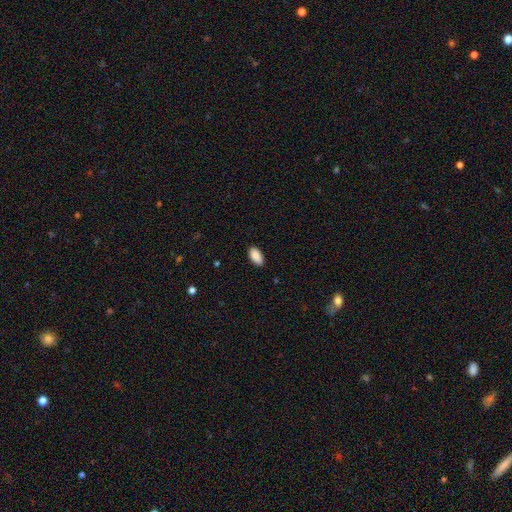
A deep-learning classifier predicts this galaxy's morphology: Smooth or featured?
  - smooth: 90% *
  - star or artifact: 7%
  - featured or disk: 3%
How rounded?
  - in between: 94% *
  - cigar-shaped: 4%
  - round: 3%
Merging?
  - none: 87% *
  - minor disturbance: 10%
  - major disturbance: 2%
  - merger: 1%